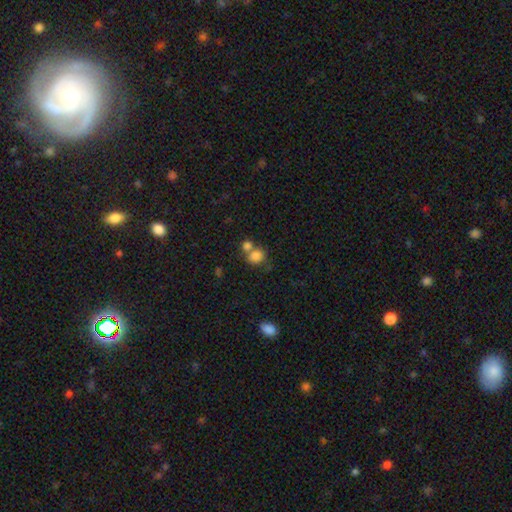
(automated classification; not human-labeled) This appears to be a smooth galaxy with no disk features (81%) that is round (69%). Merging: merger (44%).